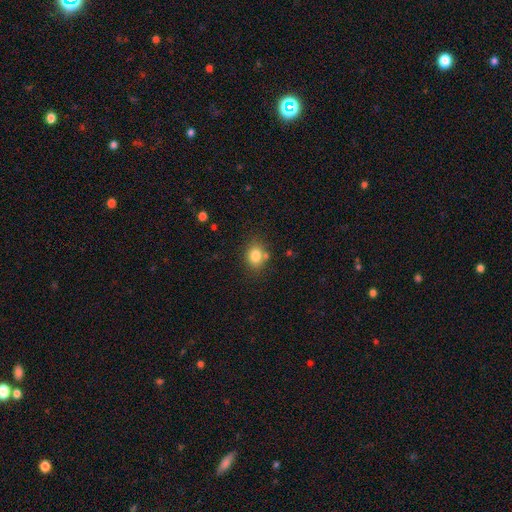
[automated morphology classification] Smooth or featured? Predicted: smooth (p=0.82). How rounded? Predicted: in between (p=0.52). Merging? Predicted: none (p=0.72).